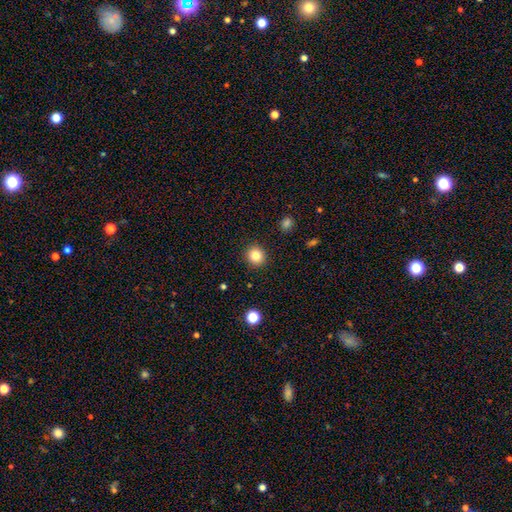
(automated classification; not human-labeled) Q: Smooth or featured?
A: smooth (83%); runner-up: star or artifact (11%)
Q: How rounded?
A: round (90%); runner-up: in between (9%)
Q: Merging?
A: none (92%); runner-up: minor disturbance (5%)